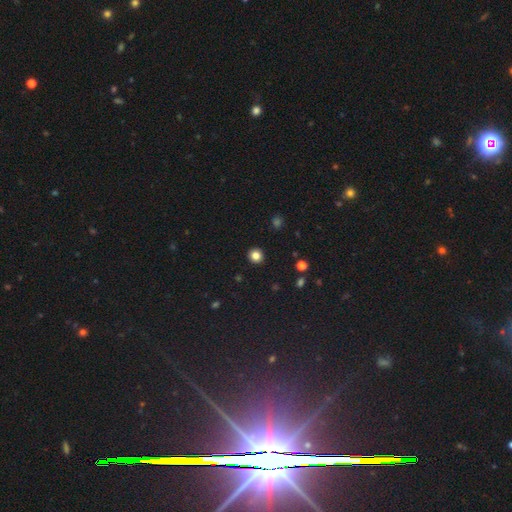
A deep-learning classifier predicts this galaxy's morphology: A smooth galaxy with no disk features (83%) that is round (93%). Merging: none (93%).